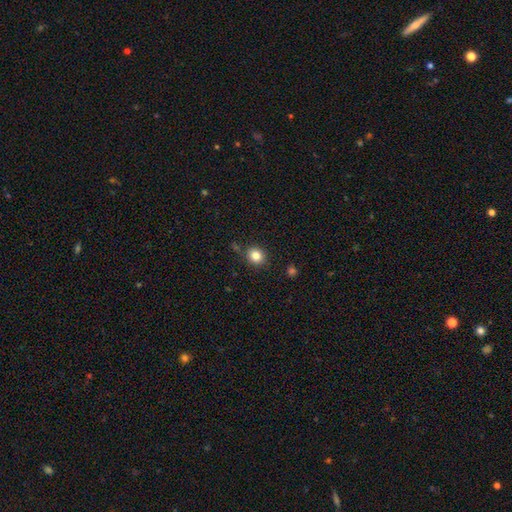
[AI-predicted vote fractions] smooth_or_featured: smooth (p=0.83) [alt: star or artifact p=0.11]
how_rounded: round (p=0.81) [alt: in between p=0.18]
merging: none (p=0.84) [alt: minor disturbance p=0.10]